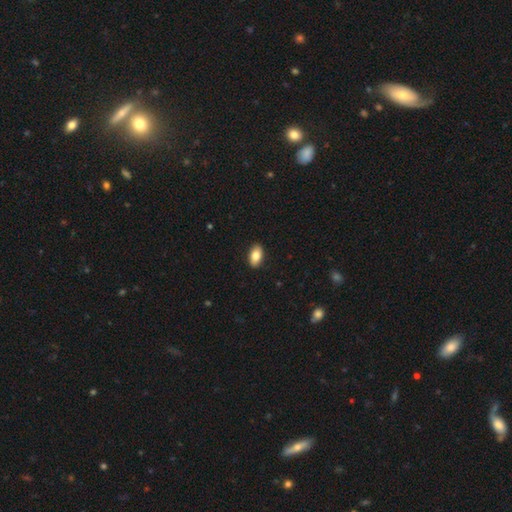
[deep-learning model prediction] Smooth or featured? smooth (83%)
How rounded? in between (92%)
Merging? none (90%)